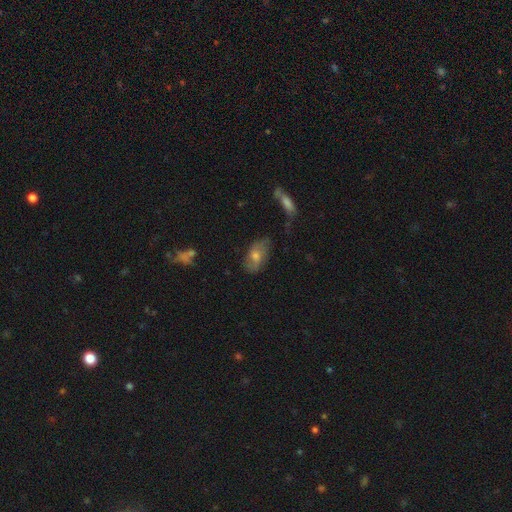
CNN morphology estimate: Smooth or featured: smooth — 54% (featured or disk — 37%)
How rounded: in between — 89% (round — 7%)
Merging: none — 67% (minor disturbance — 23%)